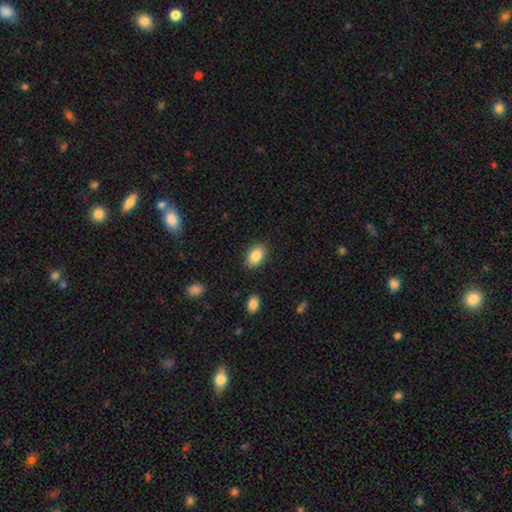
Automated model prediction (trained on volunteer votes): Smooth or featured?
  - smooth: 86% *
  - star or artifact: 8%
  - featured or disk: 6%
How rounded?
  - in between: 87% *
  - round: 12%
  - cigar-shaped: 1%
Merging?
  - none: 86% *
  - minor disturbance: 10%
  - major disturbance: 3%
  - merger: 1%